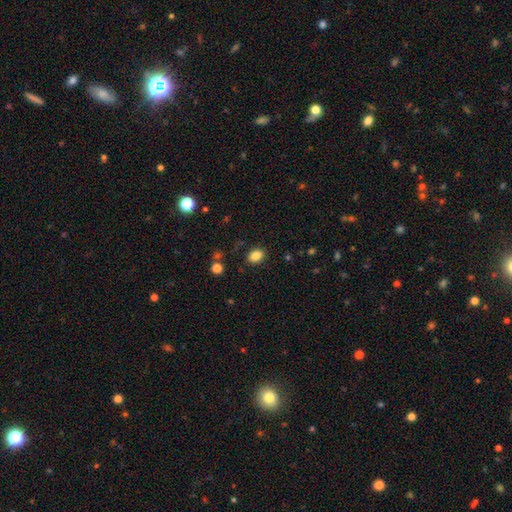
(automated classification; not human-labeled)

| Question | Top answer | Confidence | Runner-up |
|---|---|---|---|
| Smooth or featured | smooth | 85% | star or artifact (10%) |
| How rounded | in between | 71% | round (28%) |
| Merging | none | 86% | minor disturbance (9%) |